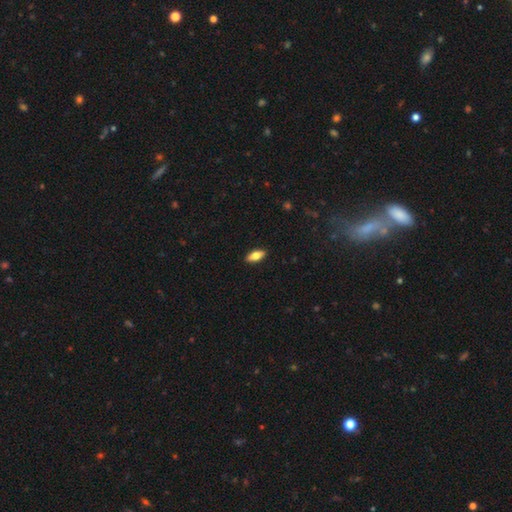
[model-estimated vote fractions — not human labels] Q: Smooth or featured?
A: smooth (67%); runner-up: featured or disk (26%)
Q: How rounded?
A: in between (79%); runner-up: cigar-shaped (18%)
Q: Merging?
A: none (90%); runner-up: minor disturbance (7%)